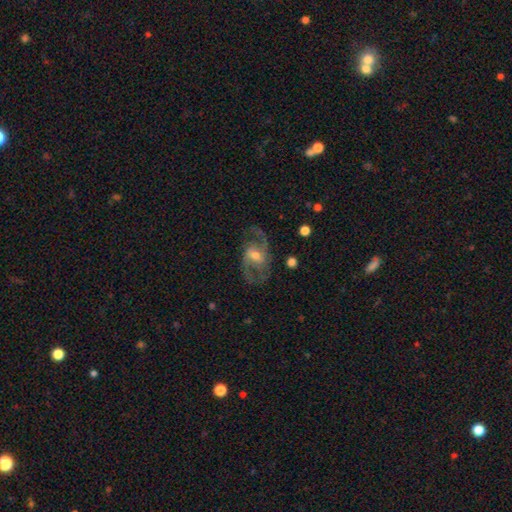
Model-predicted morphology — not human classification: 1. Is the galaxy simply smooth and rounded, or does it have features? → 86% featured or disk, 8% smooth, 6% star or artifact.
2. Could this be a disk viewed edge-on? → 97% no, 3% yes.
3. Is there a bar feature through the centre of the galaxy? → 49% weak, 33% no, 18% strong.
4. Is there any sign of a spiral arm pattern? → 95% yes, 5% no.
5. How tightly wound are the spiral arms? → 56% medium, 30% loose, 14% tight.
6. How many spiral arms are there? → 88% 2, 4% can't tell, 3% 3, 2% 1, 1% 4, 1% more than 4.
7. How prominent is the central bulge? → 58% moderate, 34% small, 5% large, 2% none, 1% dominant.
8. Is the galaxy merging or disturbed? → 74% none, 15% minor disturbance, 10% major disturbance, 2% merger.